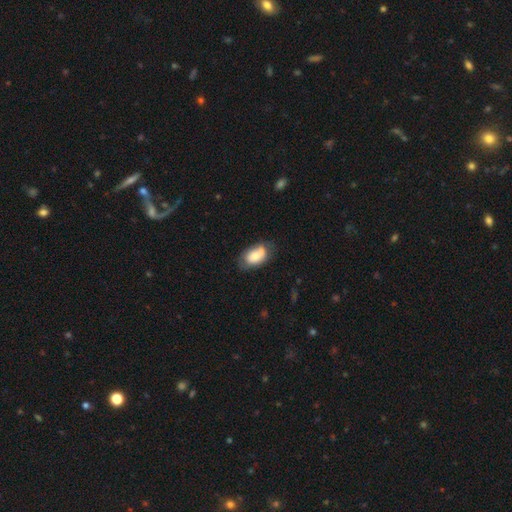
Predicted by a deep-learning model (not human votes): Smooth or featured? smooth (70%)
How rounded? in between (91%)
Merging? none (55%)